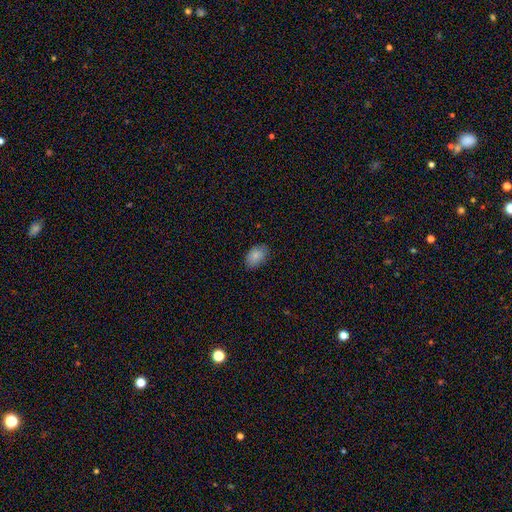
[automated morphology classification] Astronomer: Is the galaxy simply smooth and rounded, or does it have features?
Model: smooth — 86%.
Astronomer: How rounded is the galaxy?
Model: in between — 87%.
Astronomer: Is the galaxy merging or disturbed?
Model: none — 83%.